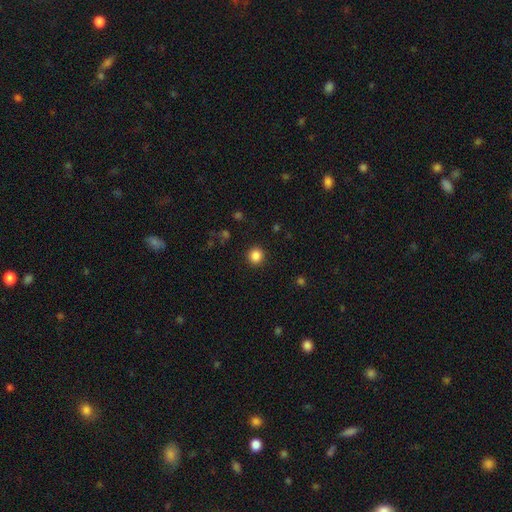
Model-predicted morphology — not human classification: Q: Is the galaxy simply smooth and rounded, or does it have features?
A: smooth — 86%.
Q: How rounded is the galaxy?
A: round — 92%.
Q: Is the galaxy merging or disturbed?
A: none — 92%.